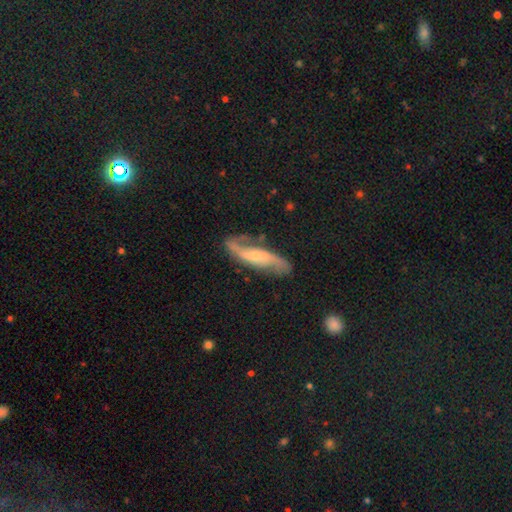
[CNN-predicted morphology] smooth_or_featured: featured or disk (p=0.81) [alt: smooth p=0.14]
disk_edge_on: no (p=0.85) [alt: yes p=0.15]
bar: no (p=0.43) [alt: weak p=0.36]
has_spiral_arms: yes (p=0.95) [alt: no p=0.05]
spiral_winding: loose (p=0.56) [alt: medium p=0.32]
spiral_arm_count: 2 (p=0.90) [alt: can't tell p=0.04]
bulge_size: small (p=0.62) [alt: moderate p=0.28]
merging: none (p=0.71) [alt: minor disturbance p=0.19]